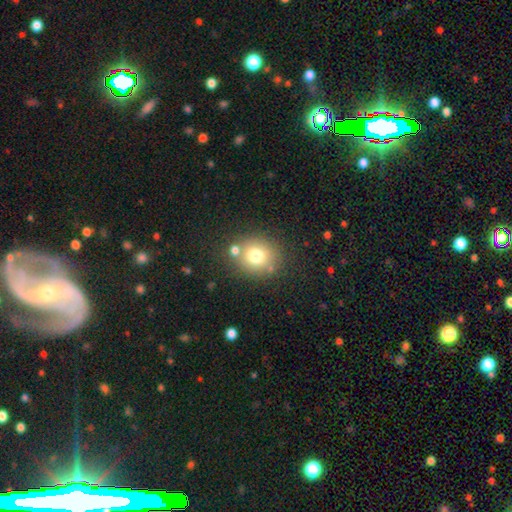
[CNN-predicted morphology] A smooth galaxy with no disk features (74%) that is round (77%).

Vote fractions:
- Smooth or featured? smooth: 74% / star or artifact: 13% / featured or disk: 13%
- How rounded? round: 77% / in between: 22% / cigar-shaped: 1%
- Merging? none: 72% / merger: 13% / minor disturbance: 11% / major disturbance: 4%